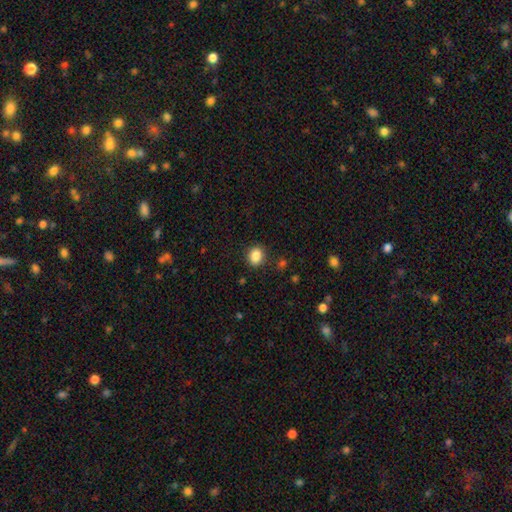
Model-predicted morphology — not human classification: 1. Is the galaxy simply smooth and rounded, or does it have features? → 87% smooth, 9% star or artifact, 4% featured or disk.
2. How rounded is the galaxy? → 55% round, 44% in between, 1% cigar-shaped.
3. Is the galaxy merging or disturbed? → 86% none, 9% minor disturbance, 3% major disturbance, 2% merger.